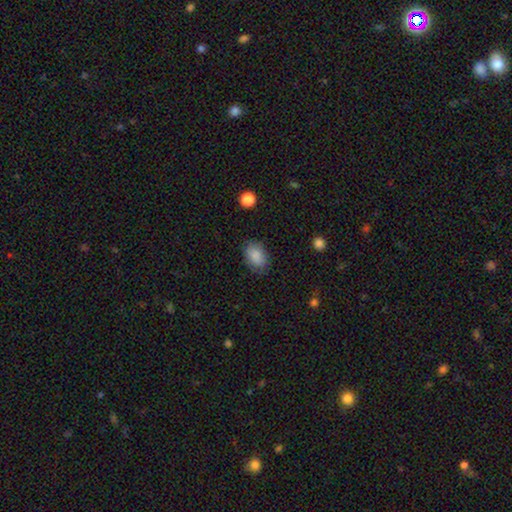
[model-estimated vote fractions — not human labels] Q: Smooth or featured?
A: smooth (87%); runner-up: star or artifact (7%)
Q: How rounded?
A: in between (82%); runner-up: round (17%)
Q: Merging?
A: none (79%); runner-up: minor disturbance (16%)